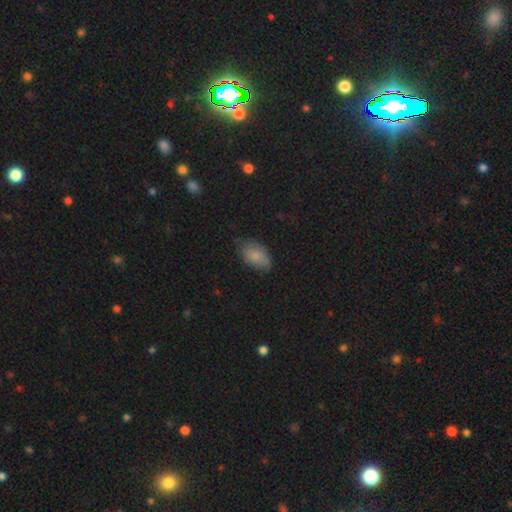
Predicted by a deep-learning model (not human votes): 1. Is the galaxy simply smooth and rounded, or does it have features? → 81% smooth, 12% featured or disk, 8% star or artifact.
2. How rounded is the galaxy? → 92% in between, 6% round, 2% cigar-shaped.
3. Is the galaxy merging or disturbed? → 62% none, 30% minor disturbance, 7% major disturbance, 1% merger.